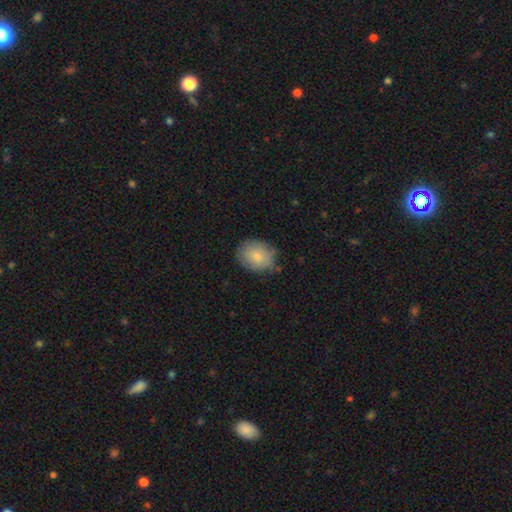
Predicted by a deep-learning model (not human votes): Overall: smooth (79%). How rounded: in between (54%; round 45%). Merging: none (72%).